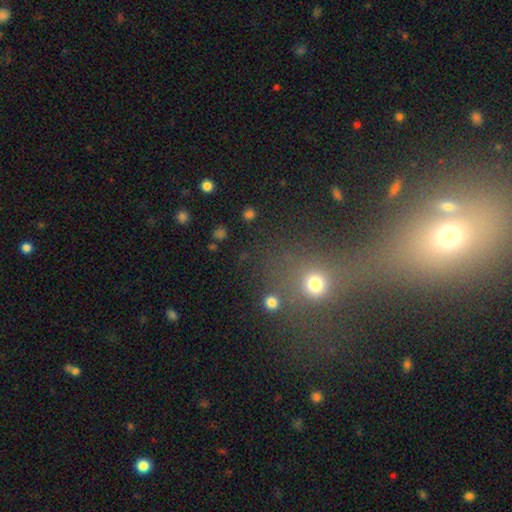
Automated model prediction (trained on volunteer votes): A smooth galaxy with no disk features (44%). Merging: merger (51%).